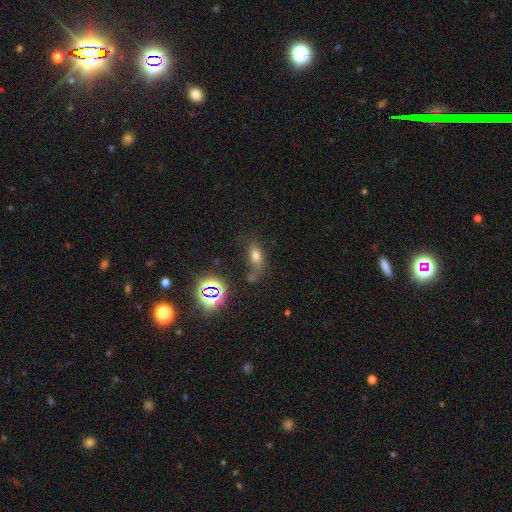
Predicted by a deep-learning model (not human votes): smooth_or_featured: smooth (p=0.64) [alt: star or artifact p=0.23]
how_rounded: in between (p=0.78) [alt: round p=0.13]
merging: none (p=0.51) [alt: minor disturbance p=0.20]